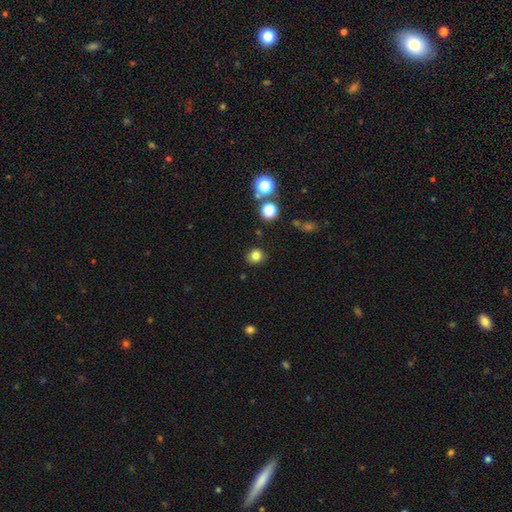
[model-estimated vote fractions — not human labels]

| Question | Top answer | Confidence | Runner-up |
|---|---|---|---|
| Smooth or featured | smooth | 81% | star or artifact (14%) |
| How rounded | round | 78% | in between (21%) |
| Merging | none | 86% | minor disturbance (9%) |